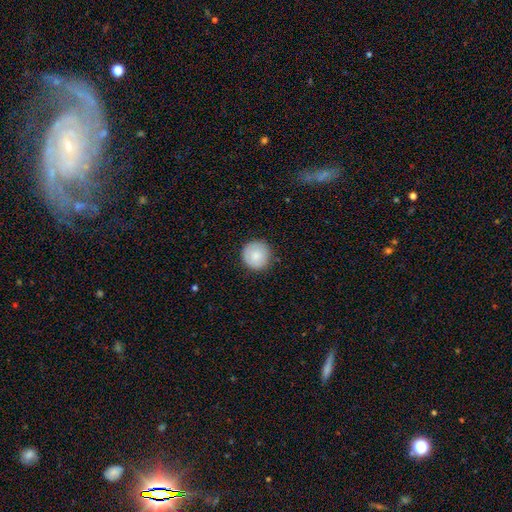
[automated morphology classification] type=smooth (84%); roundness=round (96%); merging=none (89%).